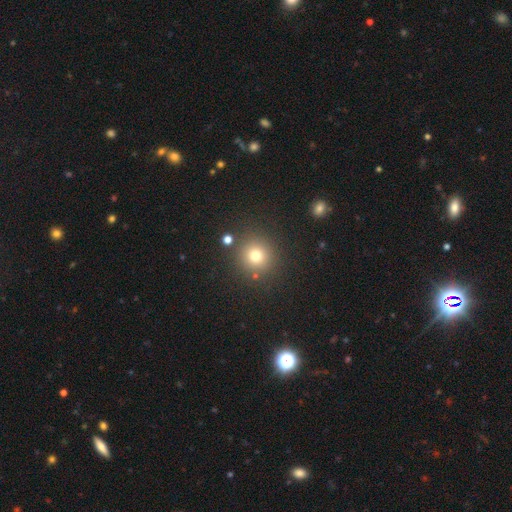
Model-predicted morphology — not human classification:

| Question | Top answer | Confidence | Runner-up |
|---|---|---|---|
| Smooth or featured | smooth | 75% | star or artifact (17%) |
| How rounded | round | 93% | in between (6%) |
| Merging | none | 85% | minor disturbance (7%) |